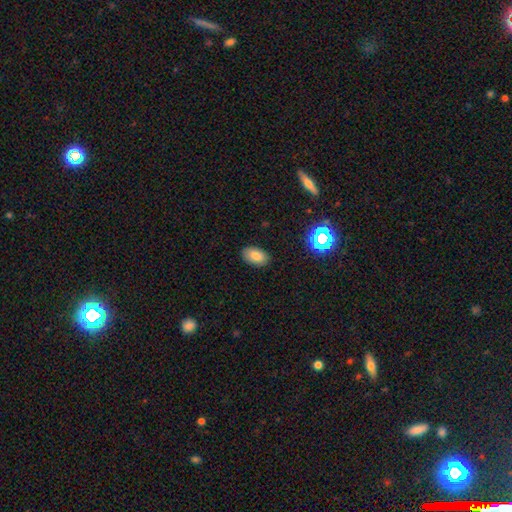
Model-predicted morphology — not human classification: smooth 79%, star or artifact 11%, featured or disk 9%. Down the decision tree: how rounded — in between (91%); merging — none (87%).